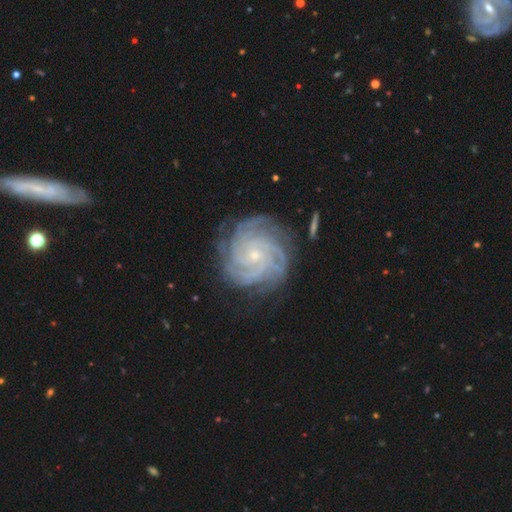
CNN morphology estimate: smooth-or-featured: featured or disk: 88% | star or artifact: 7% | smooth: 5%
  disk-edge-on: no: 98% | yes: 2%
    bar: no: 70% | weak: 21% | strong: 8%
    has-spiral-arms: yes: 98% | no: 2%
      spiral-winding: tight: 81% | medium: 17% | loose: 3%
      spiral-arm-count: 4: 30% | more than 4: 23% | can't tell: 16% | 3: 13% | 2: 9% | 1: 8%
    bulge-size: small: 77% | moderate: 19% | none: 2% | large: 1% | dominant: 1%
  merging: none: 83% | minor disturbance: 12% | major disturbance: 4% | merger: 2%